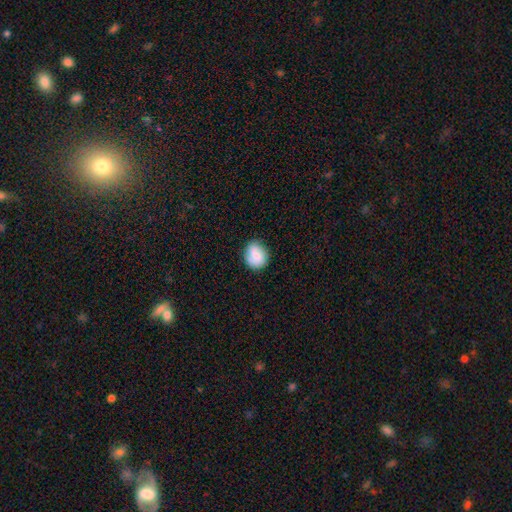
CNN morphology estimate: smooth_or_featured: smooth (p=0.71) [alt: featured or disk p=0.21]
how_rounded: round (p=0.69) [alt: in between p=0.30]
merging: none (p=0.78) [alt: minor disturbance p=0.17]